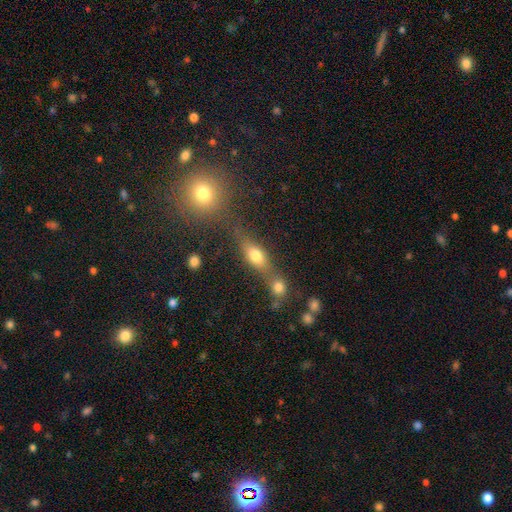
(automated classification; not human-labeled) Smooth or featured: smooth — 67% (featured or disk — 20%)
How rounded: in between — 54% (cigar-shaped — 26%)
Merging: none — 42% (merger — 41%)